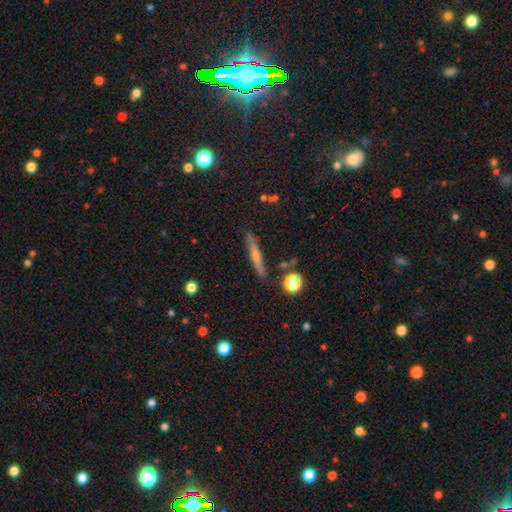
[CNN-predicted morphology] A featured or disk galaxy (57%) viewed edge-on (95%) with a rounded central bulge (71%).

Vote fractions:
- Smooth or featured? featured or disk: 57% / smooth: 33% / star or artifact: 10%
- Edge-on disk? yes: 95% / no: 5%
- Edge-on bulge? rounded: 71% / none: 23% / boxy: 6%
- Merging? none: 87% / minor disturbance: 9% / merger: 2% / major disturbance: 2%